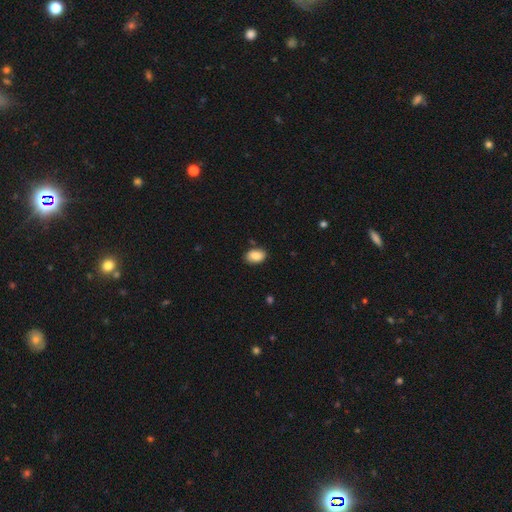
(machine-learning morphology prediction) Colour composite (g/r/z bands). It shows a smooth galaxy with no disk features (87%) that is in between round and cigar-shaped (82%). Merging: none (82%).